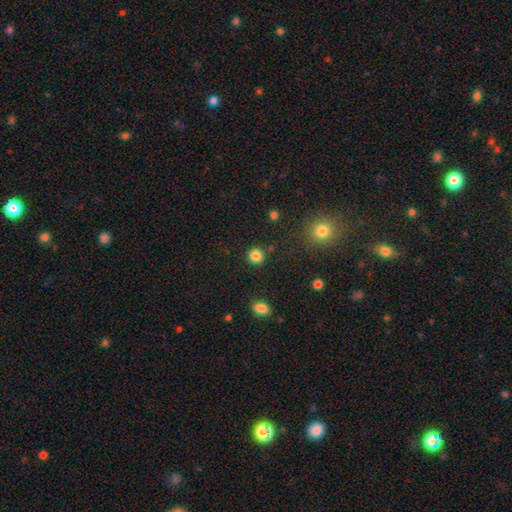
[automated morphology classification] A smooth galaxy with no disk features (85%) that is round (89%). Merging: none (88%).